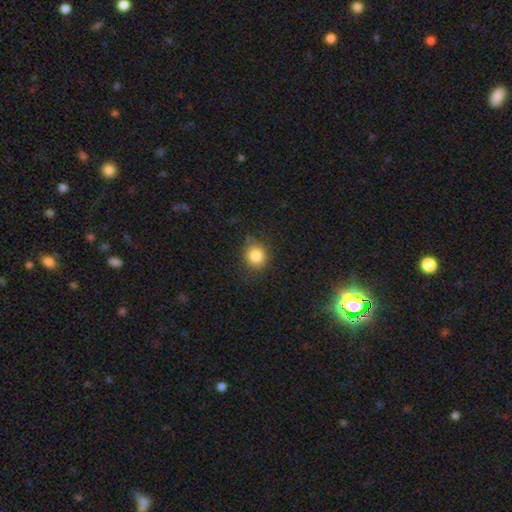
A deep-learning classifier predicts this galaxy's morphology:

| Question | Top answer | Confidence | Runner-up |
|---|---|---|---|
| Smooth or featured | smooth | 83% | star or artifact (10%) |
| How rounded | round | 77% | in between (22%) |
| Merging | none | 76% | minor disturbance (18%) |